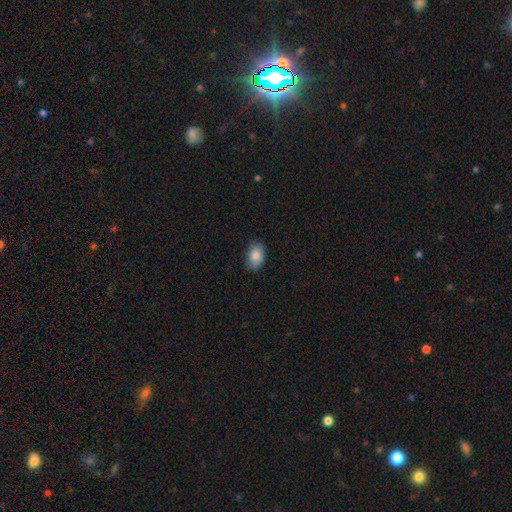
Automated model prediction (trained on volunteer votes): This appears to be a smooth galaxy with no disk features (86%) that is in between round and cigar-shaped (84%). Merging: none (79%).